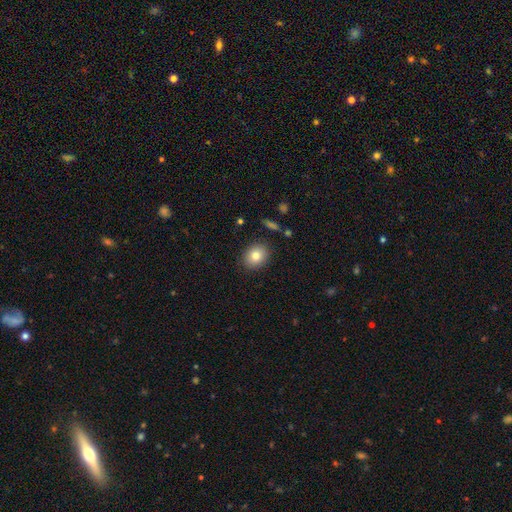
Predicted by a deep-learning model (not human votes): Morphology: type=smooth (81%); roundness=round (57%); merging=none (88%).